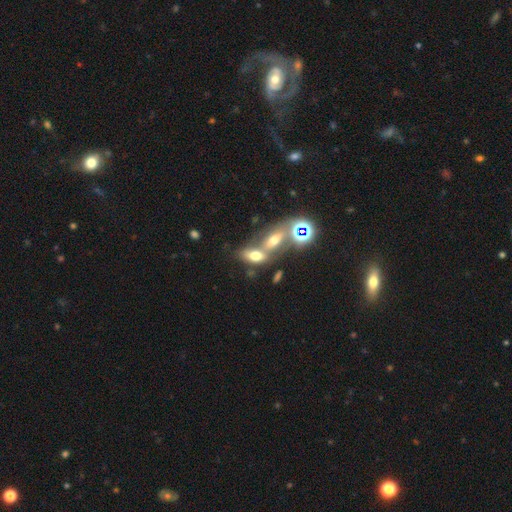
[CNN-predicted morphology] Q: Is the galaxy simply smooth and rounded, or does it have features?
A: smooth — 60%.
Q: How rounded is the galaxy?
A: in between — 82%.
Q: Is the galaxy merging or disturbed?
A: merger — 53%.